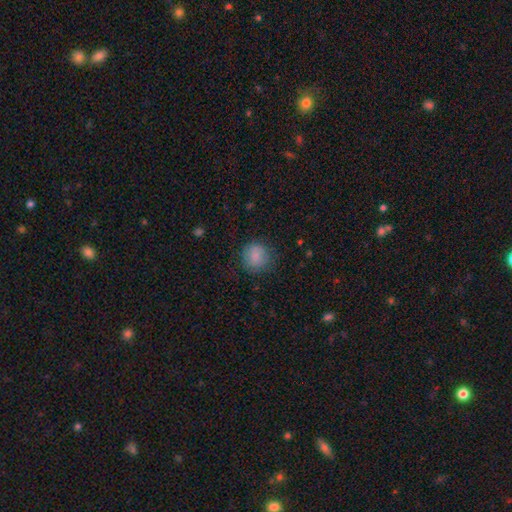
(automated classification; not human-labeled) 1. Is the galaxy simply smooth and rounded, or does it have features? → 84% smooth, 9% star or artifact, 7% featured or disk.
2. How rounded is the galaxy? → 86% round, 13% in between, 1% cigar-shaped.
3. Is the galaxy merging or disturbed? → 77% none, 16% minor disturbance, 6% major disturbance, 1% merger.